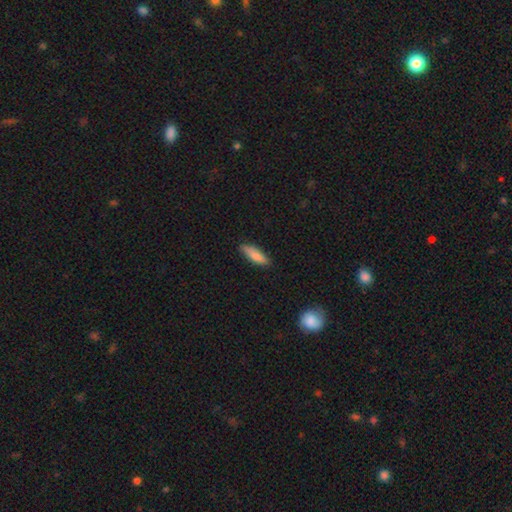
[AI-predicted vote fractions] Q: Smooth or featured?
A: smooth (81%); runner-up: featured or disk (13%)
Q: How rounded?
A: cigar-shaped (55%); runner-up: in between (43%)
Q: Merging?
A: none (80%); runner-up: minor disturbance (16%)